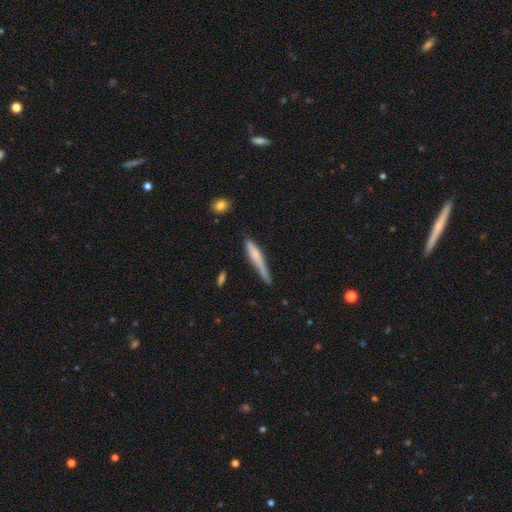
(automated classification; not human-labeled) smooth_or_featured: smooth (p=0.61) [alt: featured or disk p=0.32]
how_rounded: cigar-shaped (p=0.92) [alt: in between p=0.06]
merging: none (p=0.54) [alt: minor disturbance p=0.32]